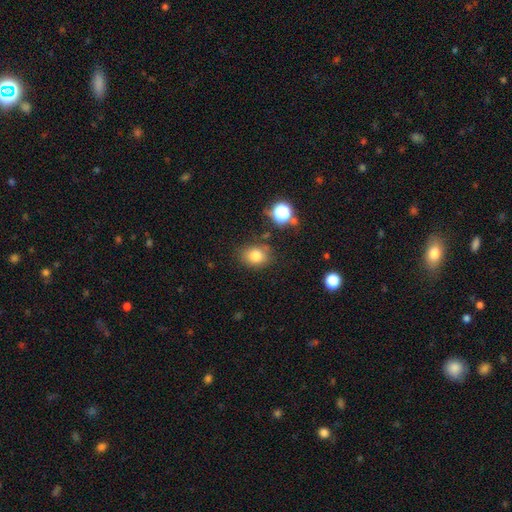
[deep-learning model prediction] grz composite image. It shows a smooth galaxy with no disk features (78%) that is round (50%). Merging: none (76%).